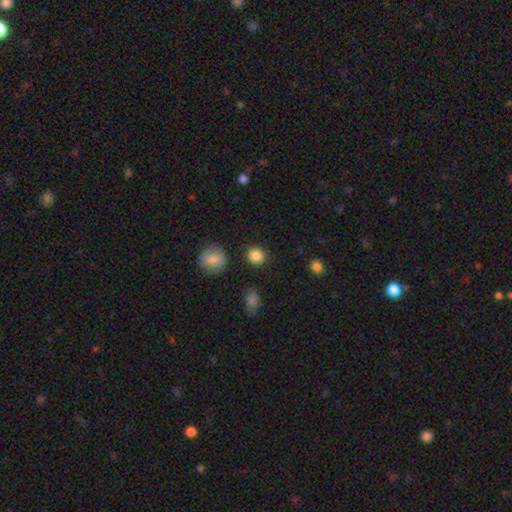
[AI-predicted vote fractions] smooth_or_featured: smooth (p=0.85) [alt: star or artifact p=0.10]
how_rounded: round (p=0.87) [alt: in between p=0.12]
merging: none (p=0.89) [alt: minor disturbance p=0.06]